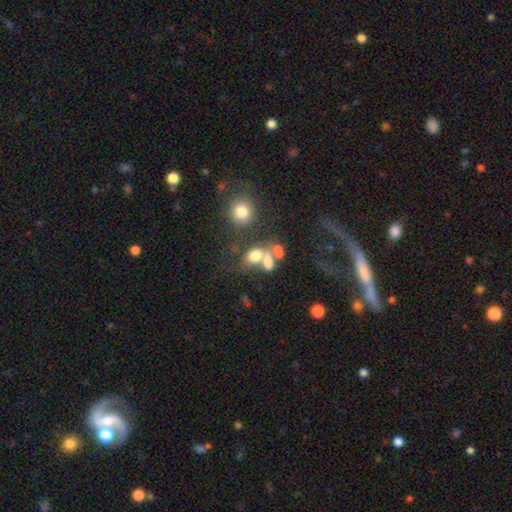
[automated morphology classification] smooth-or-featured: smooth: 67% | featured or disk: 17% | star or artifact: 16%
  how-rounded: in between: 68% | round: 28% | cigar-shaped: 4%
  merging: merger: 46% | none: 30% | major disturbance: 13% | minor disturbance: 12%